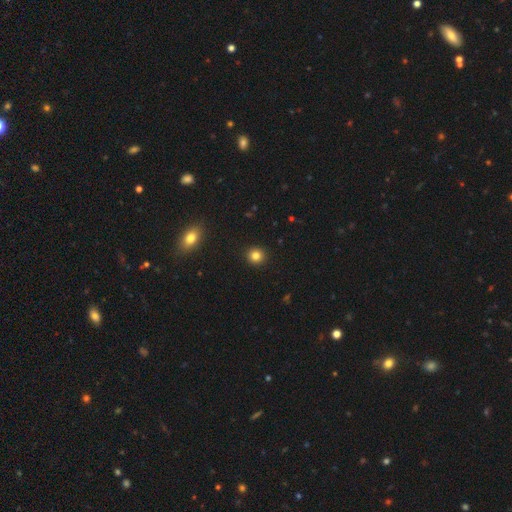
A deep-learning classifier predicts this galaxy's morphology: smooth 83%, star or artifact 12%, featured or disk 5%. Down the decision tree: how rounded — round (90%); merging — none (93%).